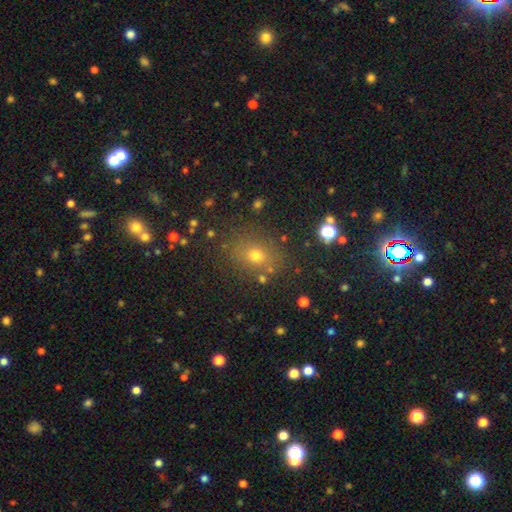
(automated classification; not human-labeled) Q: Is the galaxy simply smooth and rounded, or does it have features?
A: smooth — 68%.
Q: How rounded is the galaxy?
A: round — 56%.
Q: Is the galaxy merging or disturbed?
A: none — 81%.